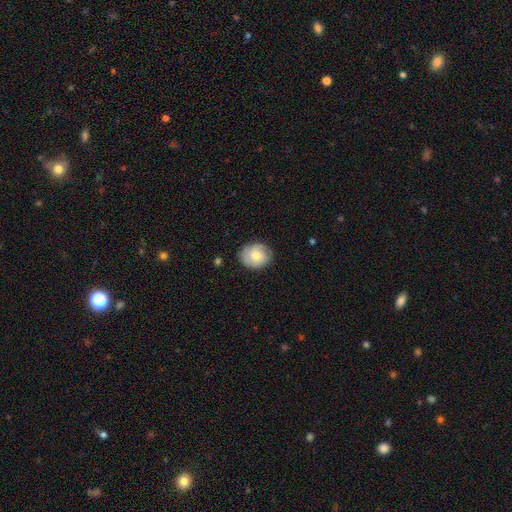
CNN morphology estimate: smooth_or_featured: smooth (p=0.61) [alt: featured or disk p=0.32]
how_rounded: round (p=0.60) [alt: in between p=0.39]
merging: none (p=0.77) [alt: minor disturbance p=0.18]